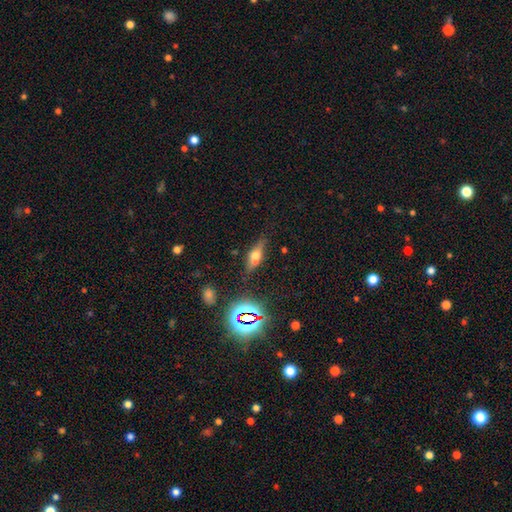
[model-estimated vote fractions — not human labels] Q: Smooth or featured?
A: smooth (42%); runner-up: featured or disk (40%)
Q: Merging?
A: none (73%); runner-up: minor disturbance (16%)